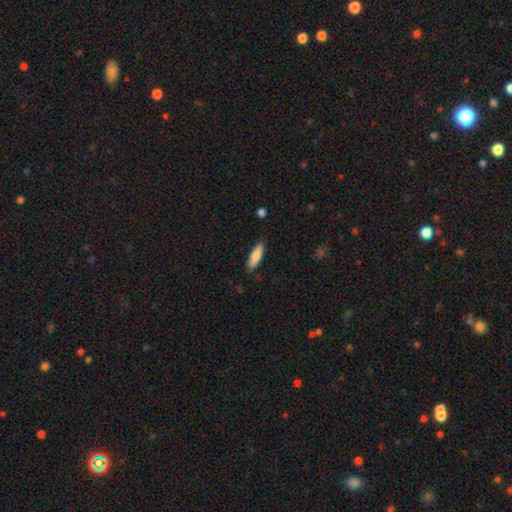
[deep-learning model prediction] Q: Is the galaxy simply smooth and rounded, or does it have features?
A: smooth — 81%.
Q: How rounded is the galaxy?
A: cigar-shaped — 56%.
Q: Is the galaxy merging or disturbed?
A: none — 88%.